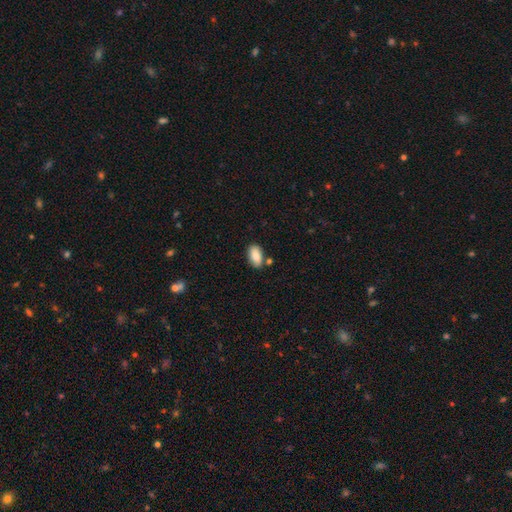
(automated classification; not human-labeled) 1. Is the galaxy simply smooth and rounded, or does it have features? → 87% smooth, 7% star or artifact, 6% featured or disk.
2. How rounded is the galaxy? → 93% in between, 4% round, 3% cigar-shaped.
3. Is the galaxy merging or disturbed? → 75% none, 14% minor disturbance, 8% merger, 3% major disturbance.